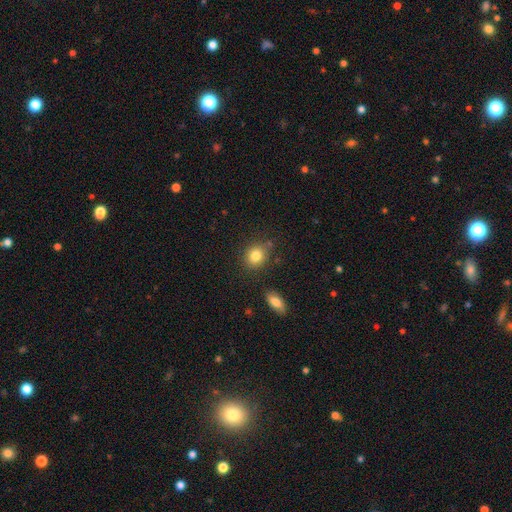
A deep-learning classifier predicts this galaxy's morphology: A smooth galaxy with no disk features (83%) that is round (61%). Merging: none (79%).